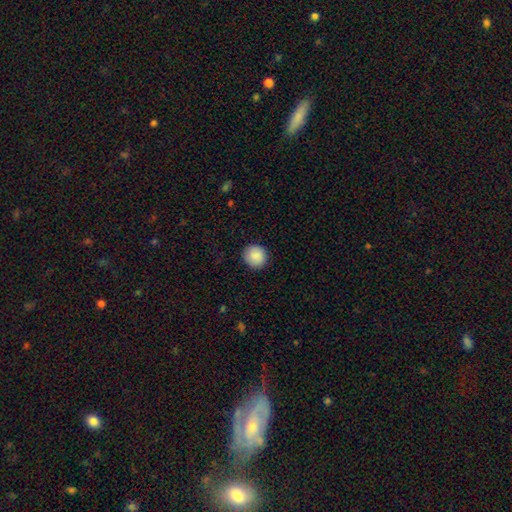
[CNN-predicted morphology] A smooth galaxy with no disk features (89%) that is round (89%).

Vote fractions:
- Smooth or featured? smooth: 89% / star or artifact: 7% / featured or disk: 4%
- How rounded? round: 89% / in between: 10% / cigar-shaped: 1%
- Merging? none: 90% / minor disturbance: 7% / major disturbance: 2% / merger: 1%